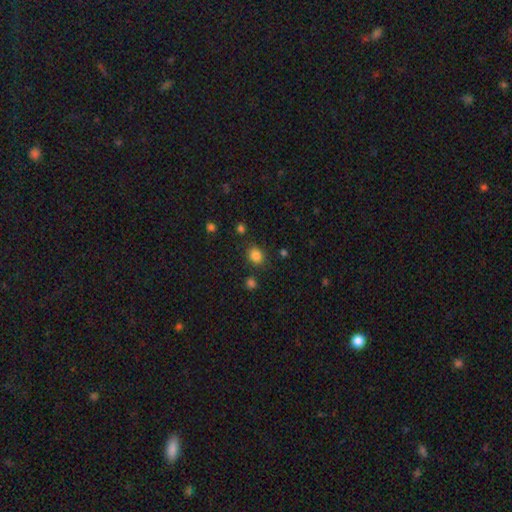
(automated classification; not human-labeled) smooth_or_featured: smooth (p=0.83) [alt: star or artifact p=0.12]
how_rounded: round (p=0.58) [alt: in between p=0.41]
merging: none (p=0.82) [alt: minor disturbance p=0.11]